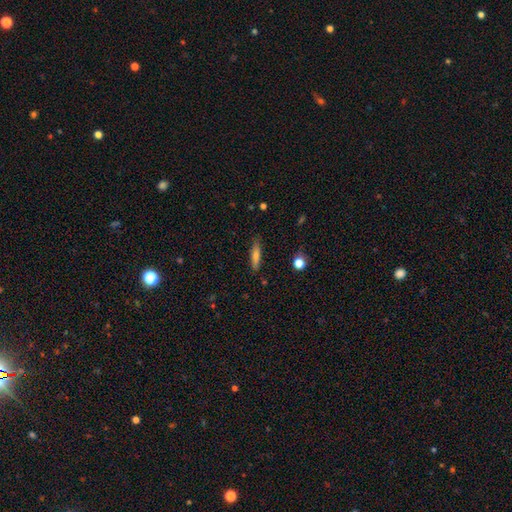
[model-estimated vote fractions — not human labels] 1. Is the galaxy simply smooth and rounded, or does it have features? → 64% smooth, 28% featured or disk, 8% star or artifact.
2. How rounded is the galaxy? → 79% cigar-shaped, 19% in between, 2% round.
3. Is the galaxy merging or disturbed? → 86% none, 11% minor disturbance, 2% major disturbance, 2% merger.